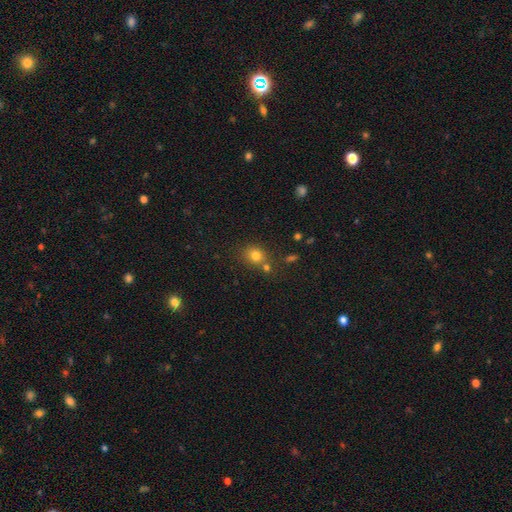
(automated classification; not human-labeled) smooth_or_featured: smooth (p=0.78) [alt: star or artifact p=0.14]
how_rounded: round (p=0.69) [alt: in between p=0.30]
merging: none (p=0.63) [alt: merger p=0.21]